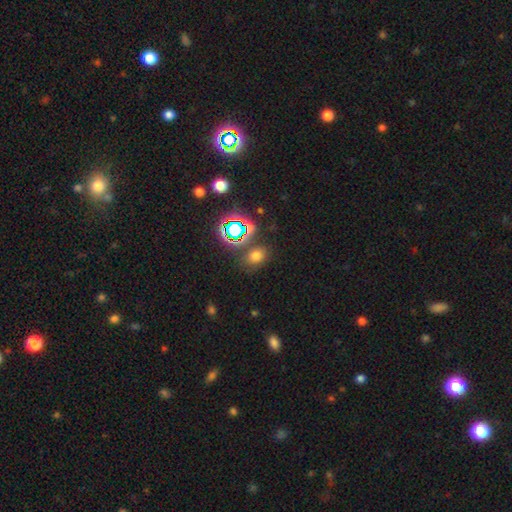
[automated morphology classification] This appears to be a smooth galaxy with no disk features (64%) that is in between round and cigar-shaped (63%). Merging: none (77%).